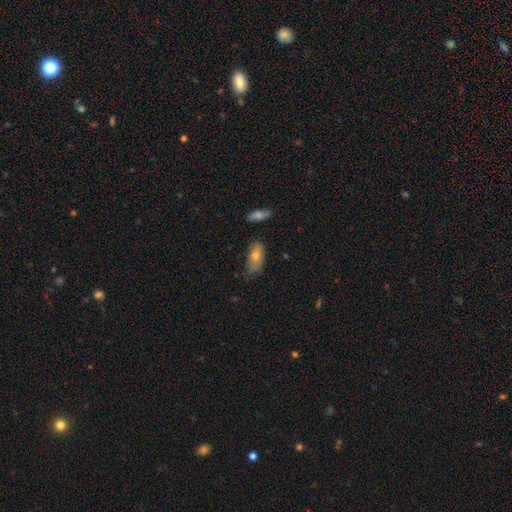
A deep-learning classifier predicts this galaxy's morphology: Smooth or featured? smooth (66%)
How rounded? in between (87%)
Merging? none (51%)